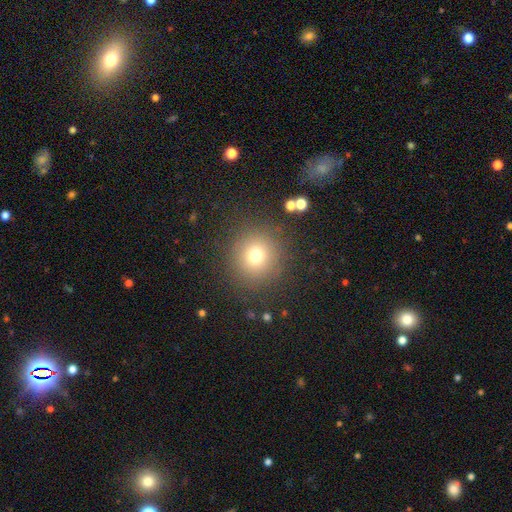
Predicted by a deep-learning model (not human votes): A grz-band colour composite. It shows a smooth galaxy with no disk features (73%) that is round (94%). Merging: none (87%).